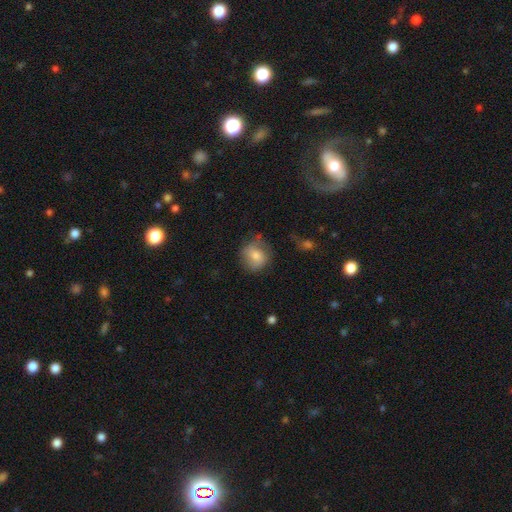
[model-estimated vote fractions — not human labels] Overall: smooth (72%). How rounded: round (78%). Merging: none (62%; minor disturbance 25%).